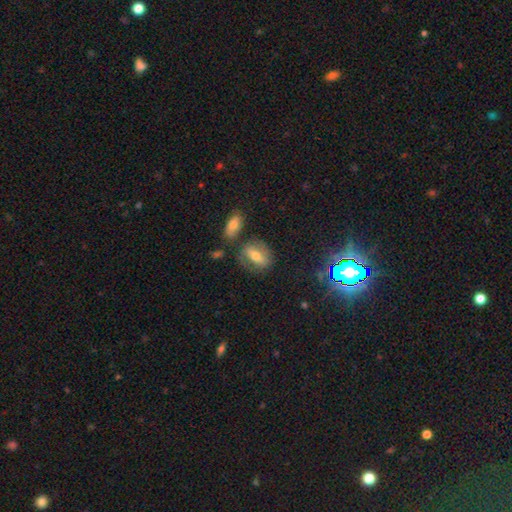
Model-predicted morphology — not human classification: smooth_or_featured: smooth (p=0.44) [alt: featured or disk p=0.41]
merging: none (p=0.65) [alt: minor disturbance p=0.17]